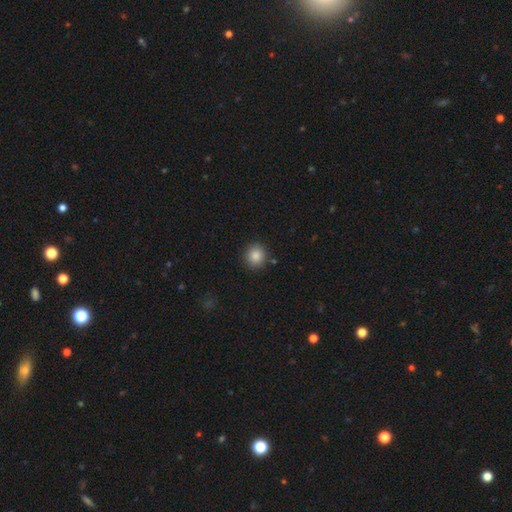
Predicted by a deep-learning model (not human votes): Q: Smooth or featured?
A: smooth (85%); runner-up: star or artifact (10%)
Q: How rounded?
A: round (91%); runner-up: in between (8%)
Q: Merging?
A: none (89%); runner-up: minor disturbance (7%)